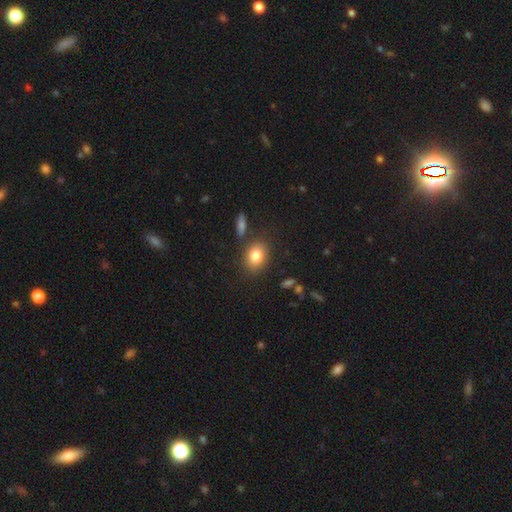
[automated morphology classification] Smooth or featured?
  - smooth: 82% *
  - star or artifact: 9%
  - featured or disk: 9%
How rounded?
  - in between: 60% *
  - round: 39%
  - cigar-shaped: 1%
Merging?
  - none: 80% *
  - minor disturbance: 11%
  - merger: 6%
  - major disturbance: 3%